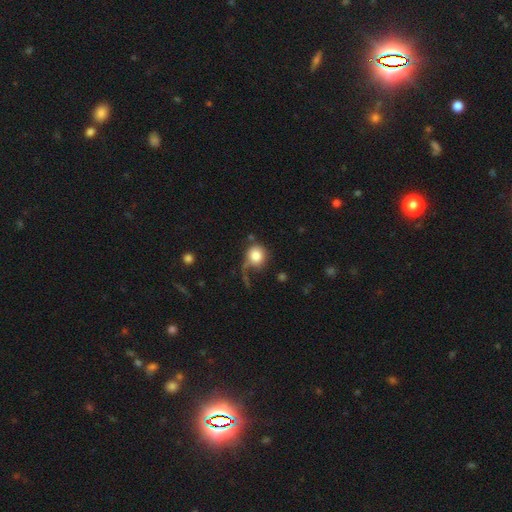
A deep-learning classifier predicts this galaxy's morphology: Q: Smooth or featured?
A: smooth (78%); runner-up: featured or disk (14%)
Q: How rounded?
A: round (84%); runner-up: in between (15%)
Q: Merging?
A: none (43%); runner-up: major disturbance (28%)